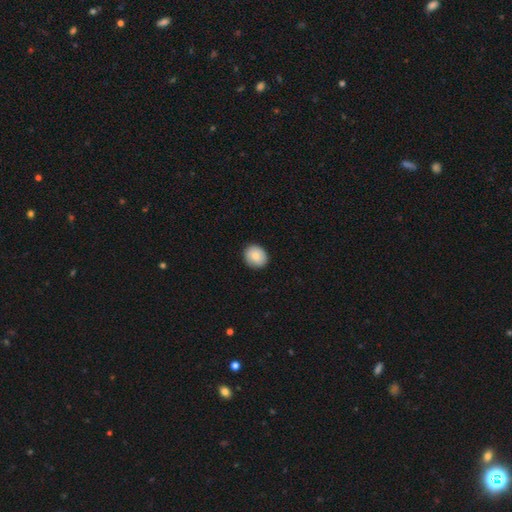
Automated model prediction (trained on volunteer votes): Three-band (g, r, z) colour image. It shows a smooth galaxy with no disk features (84%) that is round (74%). Merging: none (89%).